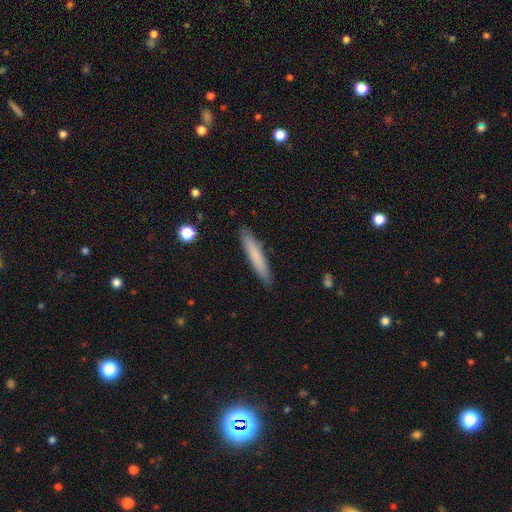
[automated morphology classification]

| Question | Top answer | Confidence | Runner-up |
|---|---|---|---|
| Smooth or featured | smooth | 74% | featured or disk (20%) |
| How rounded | cigar-shaped | 93% | in between (6%) |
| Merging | none | 90% | minor disturbance (8%) |